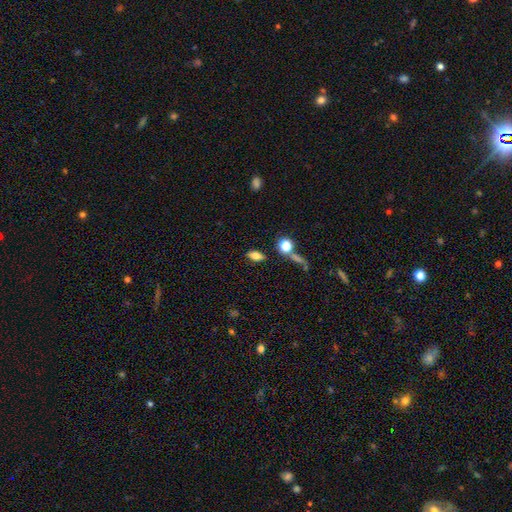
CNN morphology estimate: Q: Smooth or featured?
A: smooth (67%); runner-up: featured or disk (21%)
Q: How rounded?
A: in between (75%); runner-up: round (13%)
Q: Merging?
A: none (78%); runner-up: minor disturbance (11%)